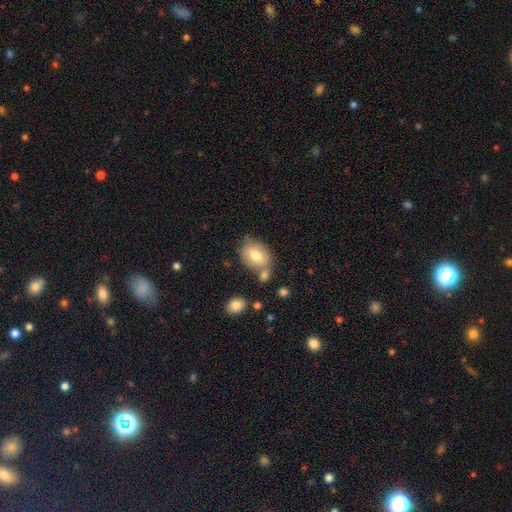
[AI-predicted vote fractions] A smooth galaxy with no disk features (76%) that is in between round and cigar-shaped (69%). Merging: none (60%).